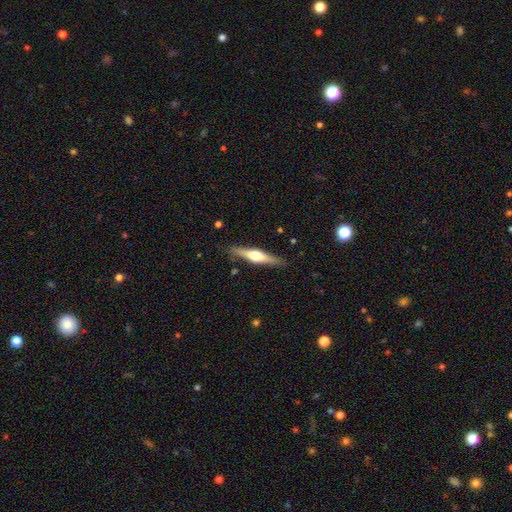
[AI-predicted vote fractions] featured or disk 66%, smooth 29%, star or artifact 5%. Down the decision tree: edge-on disk — yes (97%); edge-on bulge — rounded (93%); merging — none (88%).